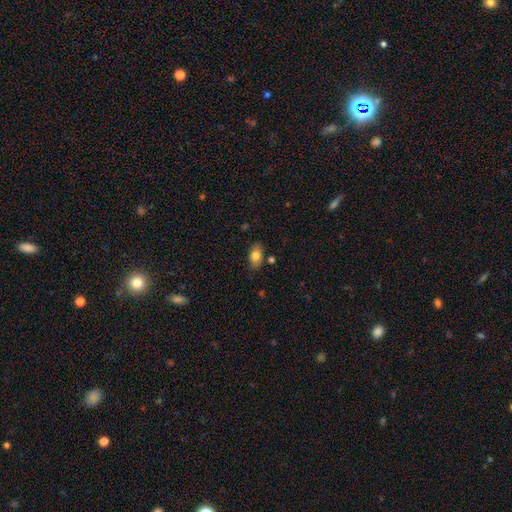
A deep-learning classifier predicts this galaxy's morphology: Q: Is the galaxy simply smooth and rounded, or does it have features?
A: smooth — 80%.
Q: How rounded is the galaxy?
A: in between — 90%.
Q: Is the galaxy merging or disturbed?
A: none — 80%.